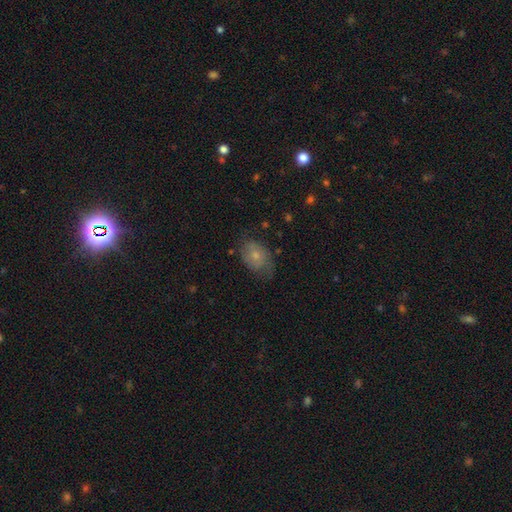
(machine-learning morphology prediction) This is possibly a smooth galaxy (58%). How rounded: likely in between (74%). Merging: possibly none (59%).